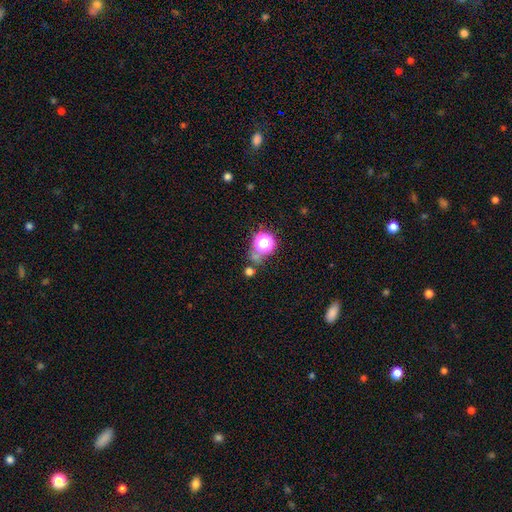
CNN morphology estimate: A star or artifact, not a galaxy (60%).

Vote fractions:
- Smooth or featured? star or artifact: 60% / smooth: 32% / featured or disk: 8%